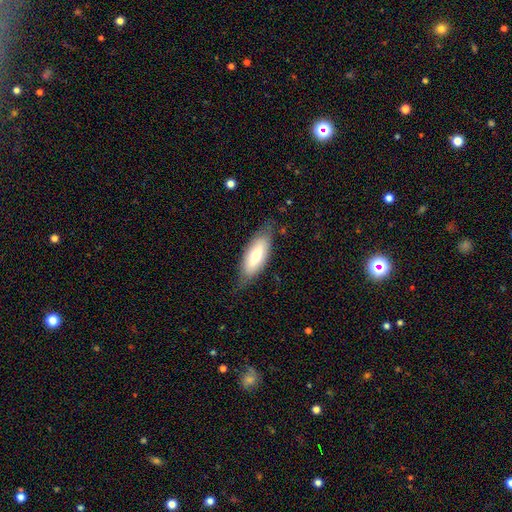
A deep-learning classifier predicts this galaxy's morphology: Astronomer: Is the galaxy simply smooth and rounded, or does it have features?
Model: smooth — 62%.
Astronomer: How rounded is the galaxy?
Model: in between — 77%.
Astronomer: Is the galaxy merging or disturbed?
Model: none — 73%.